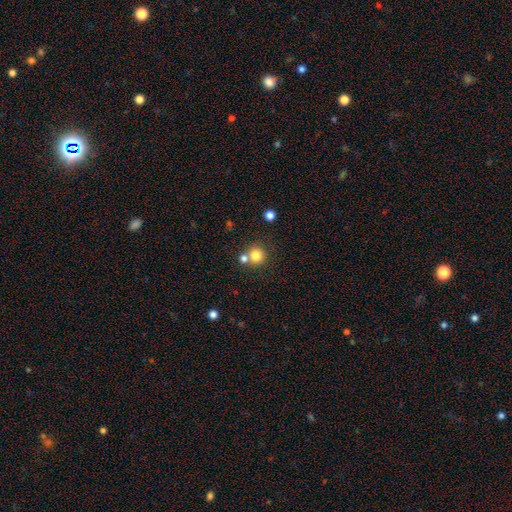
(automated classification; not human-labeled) Overall: smooth (80%). How rounded: round (92%). Merging: none (62%; merger 27%).